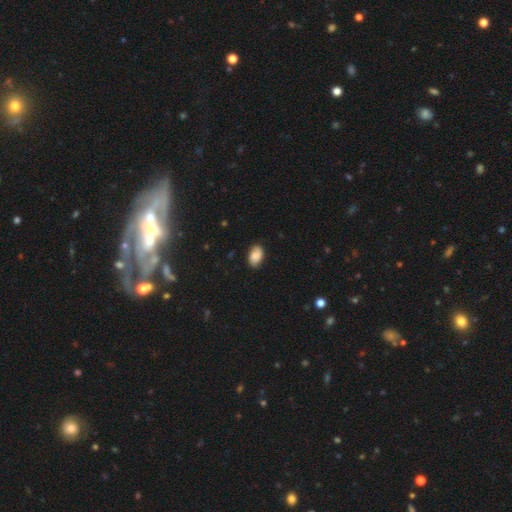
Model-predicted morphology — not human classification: smooth 79%, featured or disk 13%, star or artifact 8%. Down the decision tree: how rounded — in between (90%); merging — none (81%).